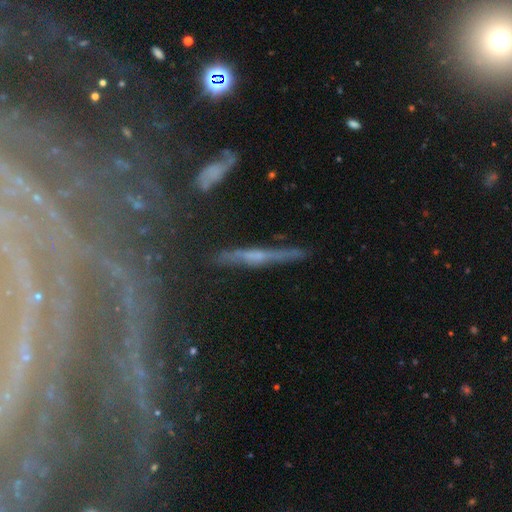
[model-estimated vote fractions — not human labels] This appears to be a featured or disk galaxy (63%) viewed edge-on (89%) with a rounded central bulge (43%, tied with none). Merging: none (74%).